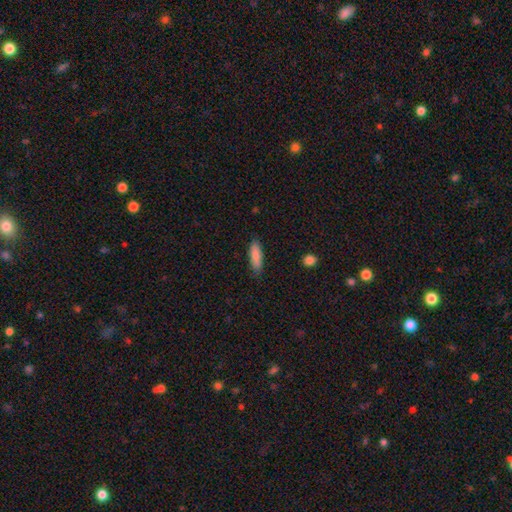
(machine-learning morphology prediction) This appears to be a smooth galaxy with no disk features (85%) that is cigar-shaped (58%). Merging: none (85%).